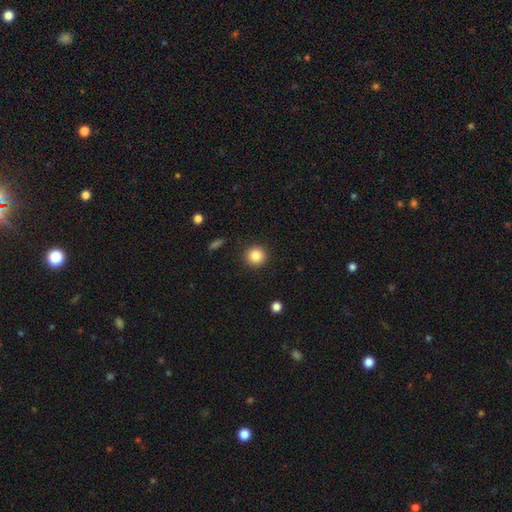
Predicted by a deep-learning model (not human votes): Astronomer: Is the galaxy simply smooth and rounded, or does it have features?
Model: smooth — 86%.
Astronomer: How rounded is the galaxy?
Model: round — 94%.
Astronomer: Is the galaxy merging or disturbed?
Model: none — 91%.